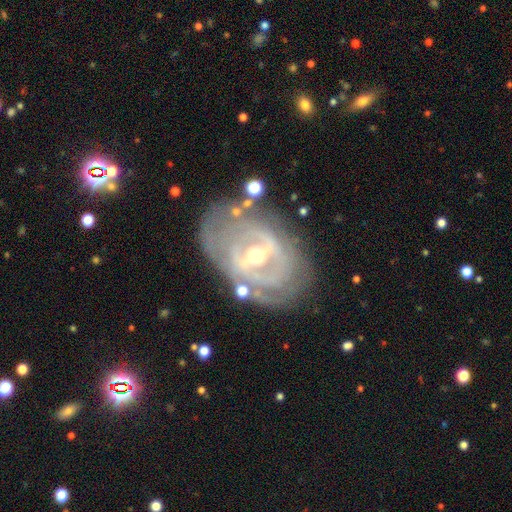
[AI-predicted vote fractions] This appears to be a featured or disk galaxy (86%) with a strong bar (52%), tight (66%) spiral arms (77%) and a moderate central bulge (55%). Merging: none (73%).